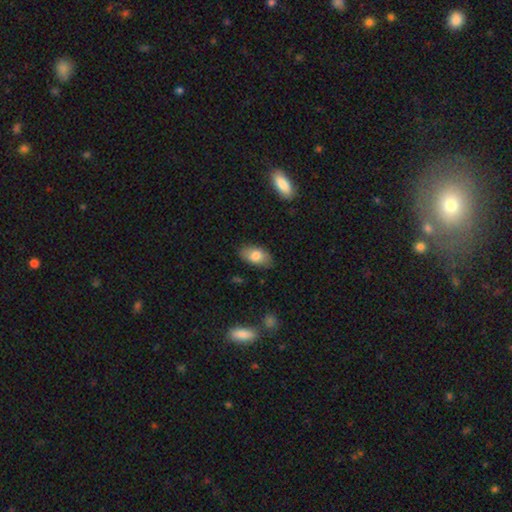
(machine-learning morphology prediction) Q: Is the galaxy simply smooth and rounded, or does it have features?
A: smooth — 80%.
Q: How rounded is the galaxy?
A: in between — 94%.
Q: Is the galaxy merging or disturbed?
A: none — 81%.